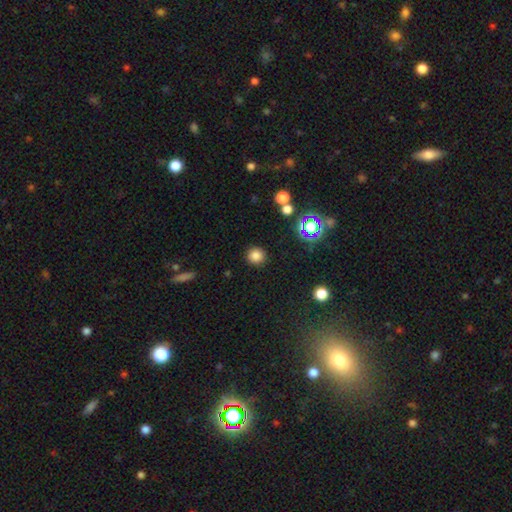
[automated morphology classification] type=smooth (80%); roundness=round (93%); merging=none (90%).